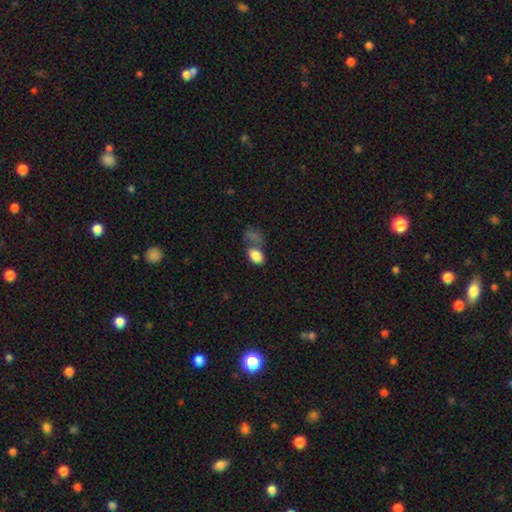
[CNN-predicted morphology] A smooth galaxy with no disk features (82%) that is in between round and cigar-shaped (89%).

Vote fractions:
- Smooth or featured? smooth: 82% / star or artifact: 10% / featured or disk: 8%
- How rounded? in between: 89% / round: 10% / cigar-shaped: 2%
- Merging? none: 33% / merger: 31% / major disturbance: 19% / minor disturbance: 16%